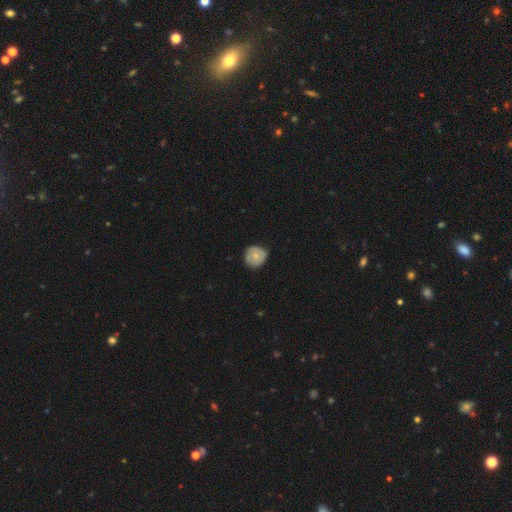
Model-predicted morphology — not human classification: This appears to be a smooth galaxy with no disk features (65%) that is round (88%). Merging: none (70%).